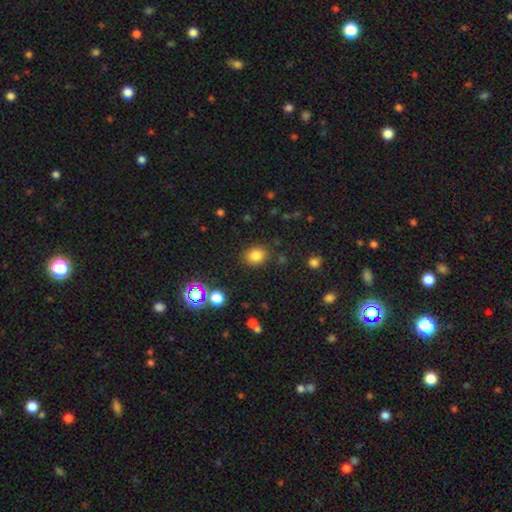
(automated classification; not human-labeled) smooth-or-featured: smooth: 80% | star or artifact: 14% | featured or disk: 6%
  how-rounded: round: 64% | in between: 35% | cigar-shaped: 1%
  merging: none: 85% | minor disturbance: 9% | major disturbance: 3% | merger: 2%